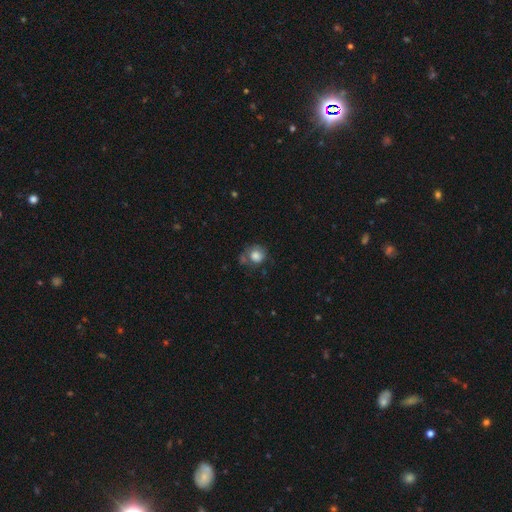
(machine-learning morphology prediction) Smooth or featured?
  - smooth: 74% *
  - featured or disk: 17%
  - star or artifact: 9%
How rounded?
  - round: 76% *
  - in between: 23%
  - cigar-shaped: 1%
Merging?
  - none: 46% *
  - minor disturbance: 26%
  - major disturbance: 21%
  - merger: 7%